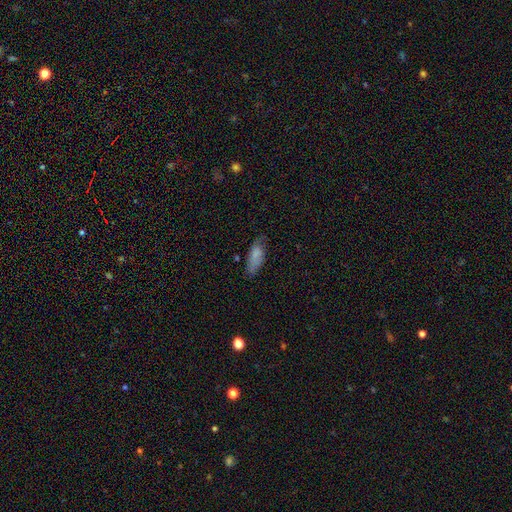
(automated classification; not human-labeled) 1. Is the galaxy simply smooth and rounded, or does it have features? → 75% smooth, 17% featured or disk, 8% star or artifact.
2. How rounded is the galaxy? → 77% in between, 21% cigar-shaped, 2% round.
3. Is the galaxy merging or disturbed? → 60% none, 30% minor disturbance, 9% major disturbance, 2% merger.